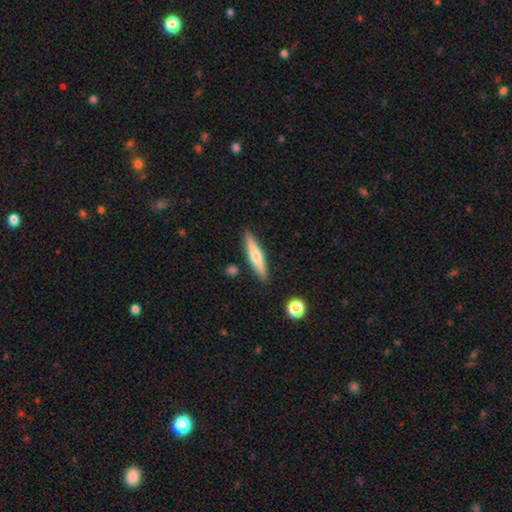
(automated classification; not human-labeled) A smooth galaxy with no disk features (48%). Merging: none (88%).